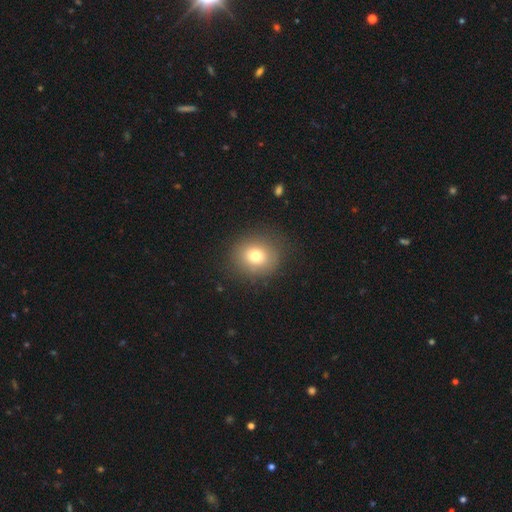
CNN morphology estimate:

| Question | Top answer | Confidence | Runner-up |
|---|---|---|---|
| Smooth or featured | smooth | 75% | featured or disk (13%) |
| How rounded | round | 80% | in between (19%) |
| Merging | none | 86% | minor disturbance (9%) |